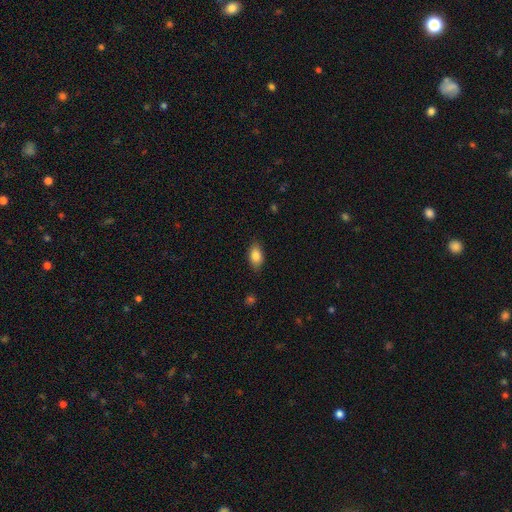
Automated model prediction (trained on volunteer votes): Smooth or featured?
  - smooth: 83% *
  - featured or disk: 9%
  - star or artifact: 8%
How rounded?
  - in between: 89% *
  - round: 8%
  - cigar-shaped: 4%
Merging?
  - none: 84% *
  - minor disturbance: 13%
  - major disturbance: 3%
  - merger: 1%